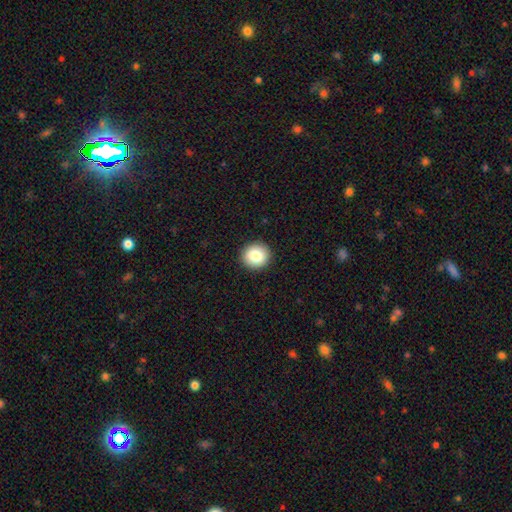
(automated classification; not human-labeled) smooth-or-featured: smooth: 84% | star or artifact: 9% | featured or disk: 7%
  how-rounded: round: 89% | in between: 10% | cigar-shaped: 1%
  merging: none: 93% | minor disturbance: 5% | major disturbance: 1% | merger: 1%